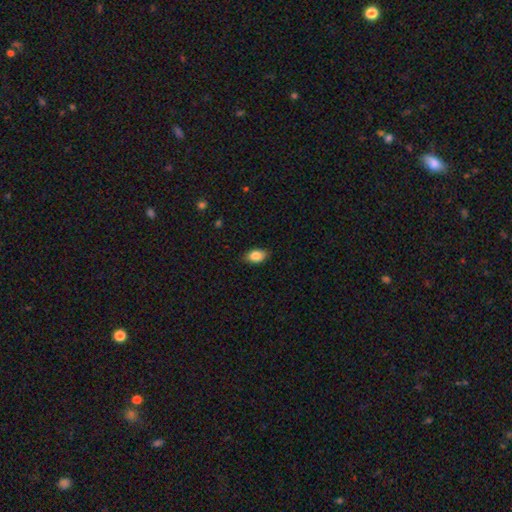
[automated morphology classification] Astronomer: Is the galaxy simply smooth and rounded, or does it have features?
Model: smooth — 84%.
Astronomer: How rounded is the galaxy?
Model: in between — 88%.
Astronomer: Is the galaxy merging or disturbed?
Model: none — 86%.